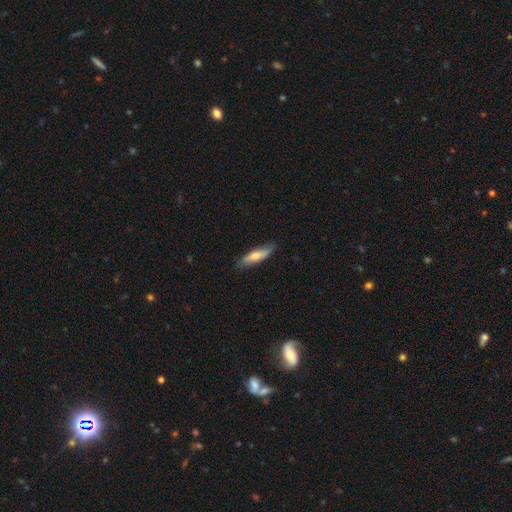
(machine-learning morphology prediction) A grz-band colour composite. It shows a smooth galaxy with no disk features (66%) that is cigar-shaped (69%). Merging: none (81%).